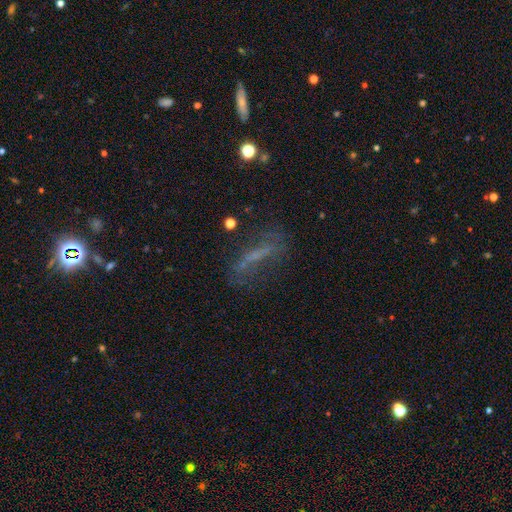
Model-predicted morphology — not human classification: A featured or disk galaxy (47%).

Vote fractions:
- Smooth or featured? featured or disk: 47% / smooth: 33% / star or artifact: 20%
- Merging? none: 56% / major disturbance: 20% / minor disturbance: 20% / merger: 4%